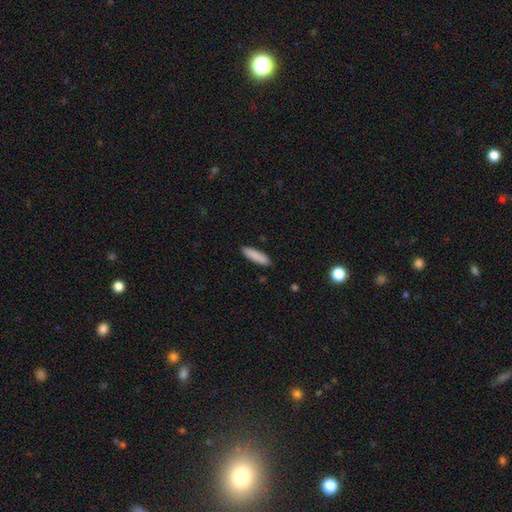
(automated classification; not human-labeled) This is clearly a smooth galaxy (88%). How rounded: likely cigar-shaped (68%). Merging: clearly none (88%).